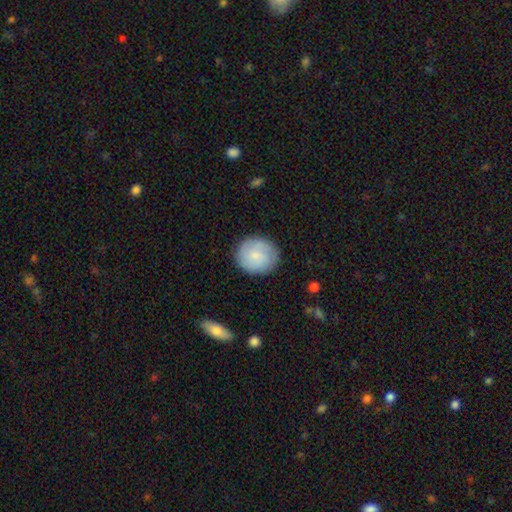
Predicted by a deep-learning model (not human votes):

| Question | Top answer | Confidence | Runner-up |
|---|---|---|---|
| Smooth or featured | smooth | 70% | featured or disk (24%) |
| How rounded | round | 89% | in between (11%) |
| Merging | none | 86% | minor disturbance (10%) |